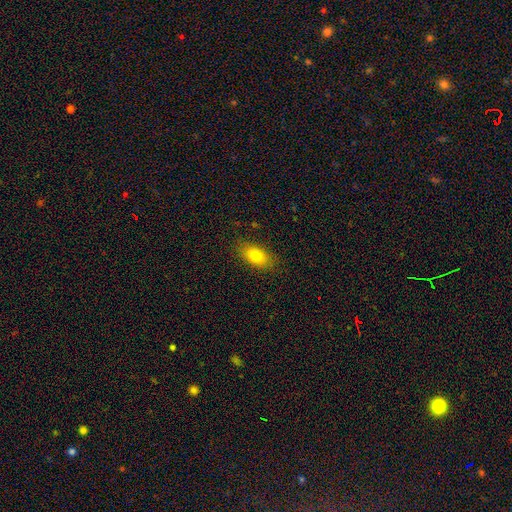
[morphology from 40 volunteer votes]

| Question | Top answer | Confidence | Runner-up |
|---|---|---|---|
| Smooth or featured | smooth | 75% | featured or disk (18%) |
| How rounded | in between | 90% | round (10%) |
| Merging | none | 92% | major disturbance (5%) |